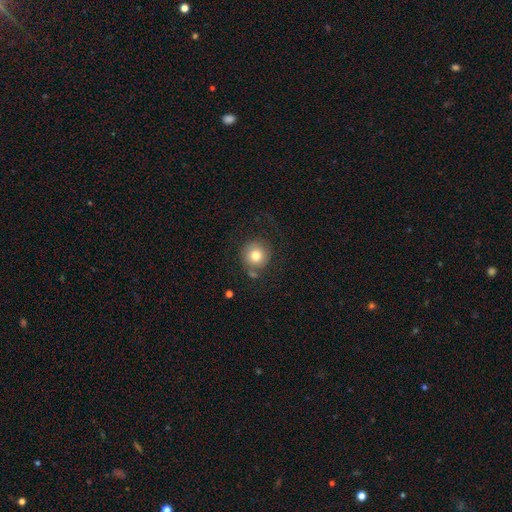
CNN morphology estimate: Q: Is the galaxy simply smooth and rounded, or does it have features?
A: smooth — 75%.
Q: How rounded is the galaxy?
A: round — 93%.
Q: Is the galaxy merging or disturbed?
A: none — 72%.